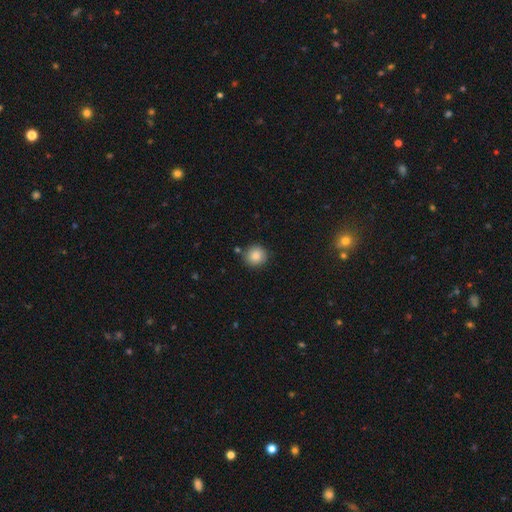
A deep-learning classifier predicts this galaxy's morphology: This appears to be a smooth galaxy with no disk features (87%) that is round (90%). Merging: none (85%).